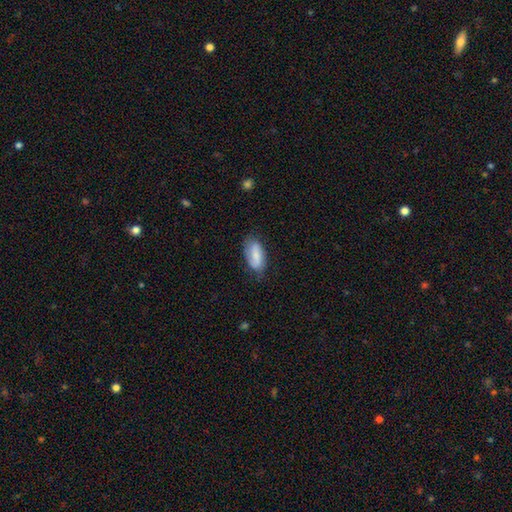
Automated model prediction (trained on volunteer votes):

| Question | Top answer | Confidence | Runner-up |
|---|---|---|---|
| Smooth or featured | smooth | 59% | featured or disk (34%) |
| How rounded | in between | 90% | cigar-shaped (7%) |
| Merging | none | 68% | minor disturbance (24%) |